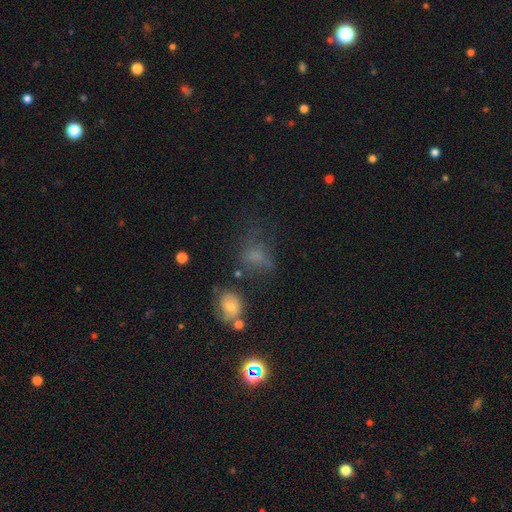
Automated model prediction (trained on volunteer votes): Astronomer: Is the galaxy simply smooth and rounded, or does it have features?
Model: smooth — 55%.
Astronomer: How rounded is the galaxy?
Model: in between — 57% (runner-up: round, 40%).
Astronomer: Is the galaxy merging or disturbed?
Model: none — 38% (runner-up: major disturbance, 31%).